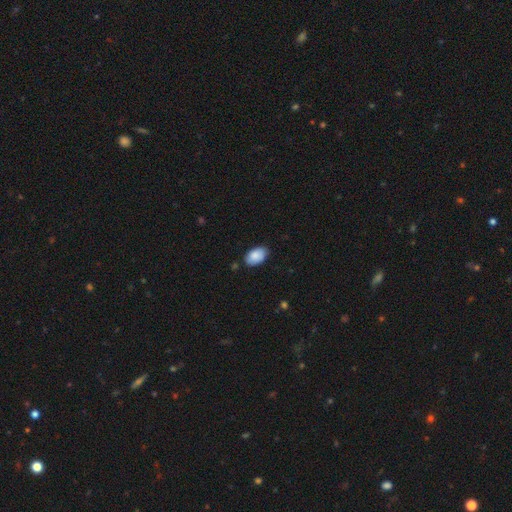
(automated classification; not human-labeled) A smooth galaxy with no disk features (86%) that is in between round and cigar-shaped (93%).

Vote fractions:
- Smooth or featured? smooth: 86% / featured or disk: 8% / star or artifact: 7%
- How rounded? in between: 93% / round: 5% / cigar-shaped: 1%
- Merging? none: 82% / minor disturbance: 14% / major disturbance: 2% / merger: 1%